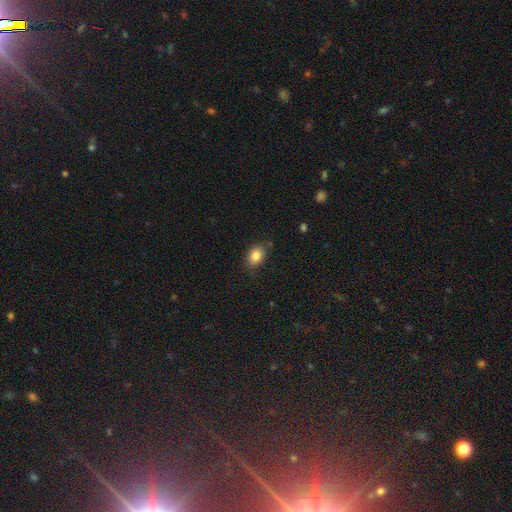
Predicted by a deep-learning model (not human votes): Smooth or featured? smooth (85%)
How rounded? in between (72%)
Merging? none (81%)